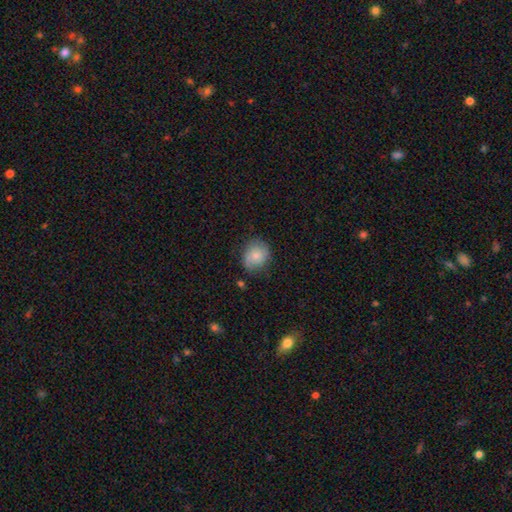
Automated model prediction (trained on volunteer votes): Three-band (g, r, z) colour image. It shows a smooth galaxy with no disk features (72%) that is round (71%). Merging: none (71%).